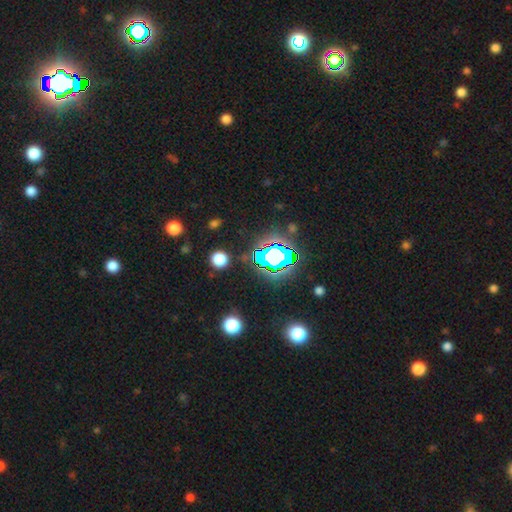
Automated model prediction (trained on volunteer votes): Overall: star or artifact (83%).